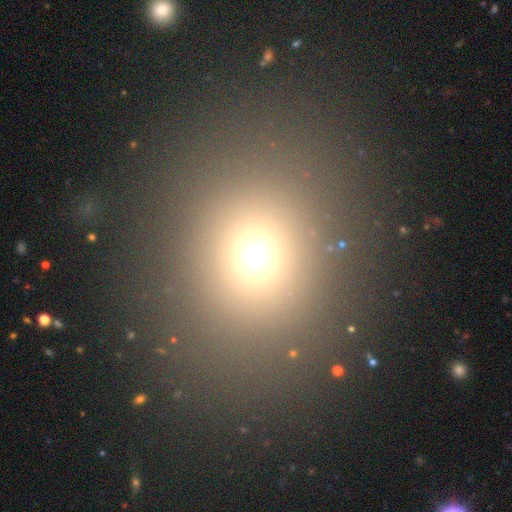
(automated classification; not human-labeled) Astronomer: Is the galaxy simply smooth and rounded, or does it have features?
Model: smooth — 66%.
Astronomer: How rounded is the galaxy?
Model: round — 74%.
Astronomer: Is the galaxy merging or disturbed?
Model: none — 85%.